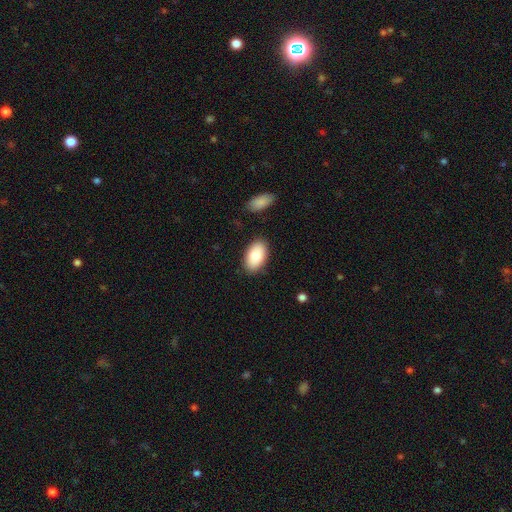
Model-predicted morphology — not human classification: type=smooth (85%); roundness=in between (94%); merging=none (85%).